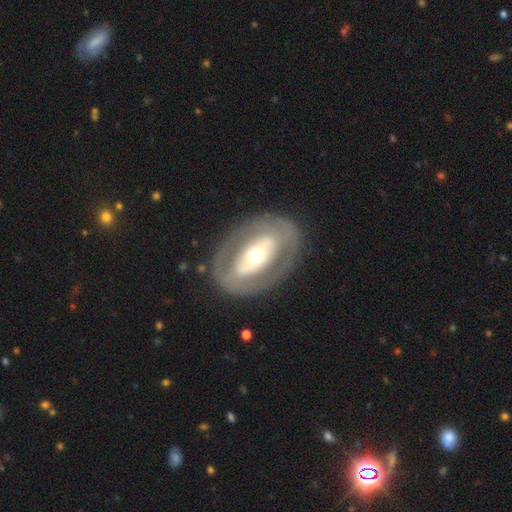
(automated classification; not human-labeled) This is likely a featured or disk galaxy (65%). It is clearly not viewed edge-on (91%). Bar: possibly no (51%). Spiral arm pattern: likely no (76%). Central bulge: possibly moderate (54%). Merging: likely none (80%).